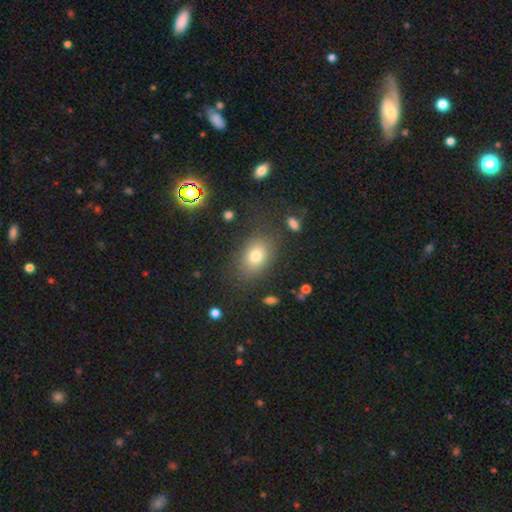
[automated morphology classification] Smooth or featured?
  - smooth: 76% *
  - star or artifact: 13%
  - featured or disk: 11%
How rounded?
  - in between: 75% *
  - round: 24%
  - cigar-shaped: 1%
Merging?
  - none: 81% *
  - minor disturbance: 12%
  - major disturbance: 5%
  - merger: 3%